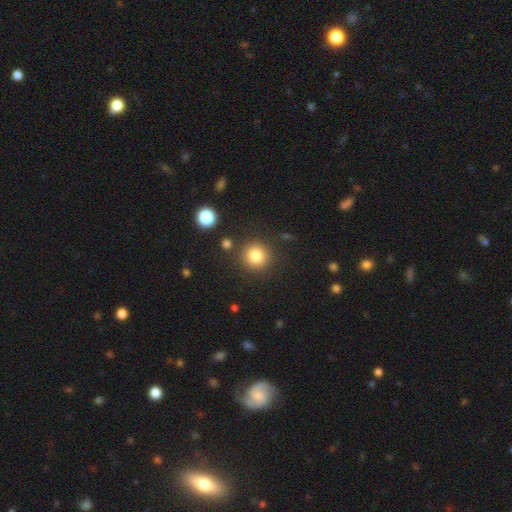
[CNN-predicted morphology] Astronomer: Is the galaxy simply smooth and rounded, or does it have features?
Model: smooth — 82%.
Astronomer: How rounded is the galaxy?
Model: round — 93%.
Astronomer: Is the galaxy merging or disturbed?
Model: none — 87%.